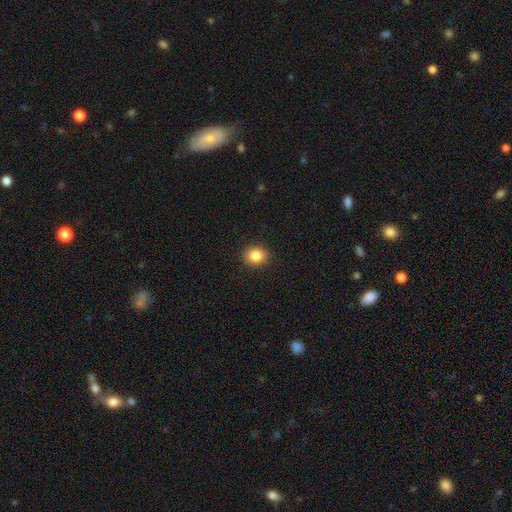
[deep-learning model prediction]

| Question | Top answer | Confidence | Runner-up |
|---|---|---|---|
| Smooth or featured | smooth | 84% | star or artifact (10%) |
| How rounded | round | 69% | in between (30%) |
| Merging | none | 91% | minor disturbance (6%) |